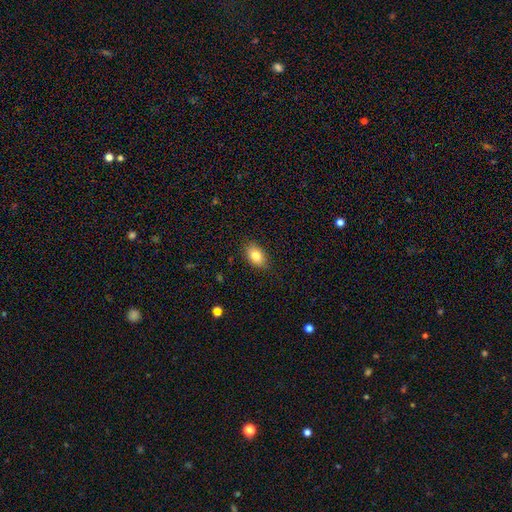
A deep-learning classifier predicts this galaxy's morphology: type=smooth (84%); roundness=in between (88%); merging=none (85%).